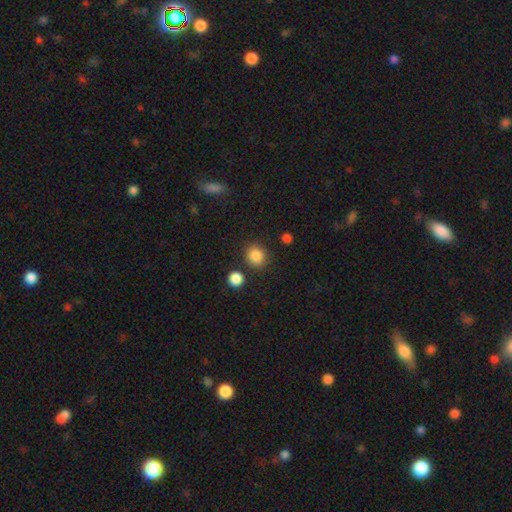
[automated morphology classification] smooth_or_featured: smooth (p=0.86) [alt: star or artifact p=0.10]
how_rounded: round (p=0.80) [alt: in between p=0.19]
merging: none (p=0.84) [alt: minor disturbance p=0.08]